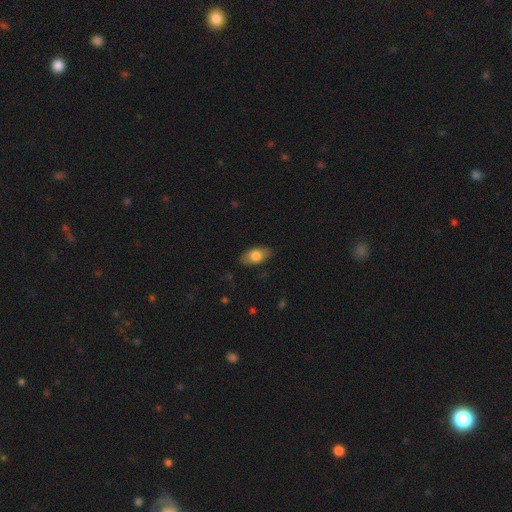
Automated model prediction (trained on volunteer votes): Smooth or featured? smooth (75%)
How rounded? in between (90%)
Merging? none (83%)